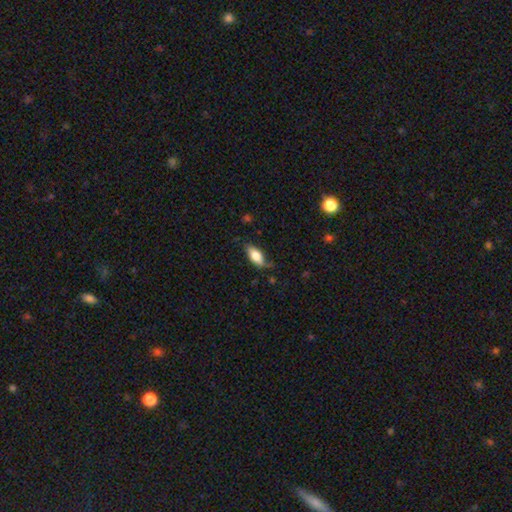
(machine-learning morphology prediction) type=smooth (65%); roundness=in between (80%); merging=none (62%).